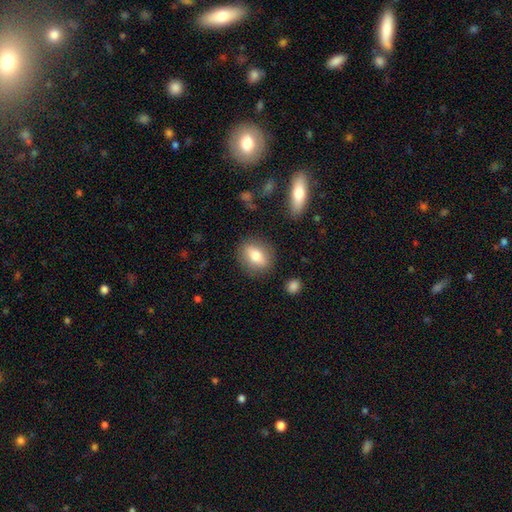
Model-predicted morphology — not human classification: A smooth galaxy with no disk features (71%) that is in between round and cigar-shaped (63%).

Vote fractions:
- Smooth or featured? smooth: 71% / featured or disk: 22% / star or artifact: 7%
- How rounded? in between: 63% / round: 32% / cigar-shaped: 6%
- Merging? none: 85% / minor disturbance: 10% / major disturbance: 3% / merger: 2%